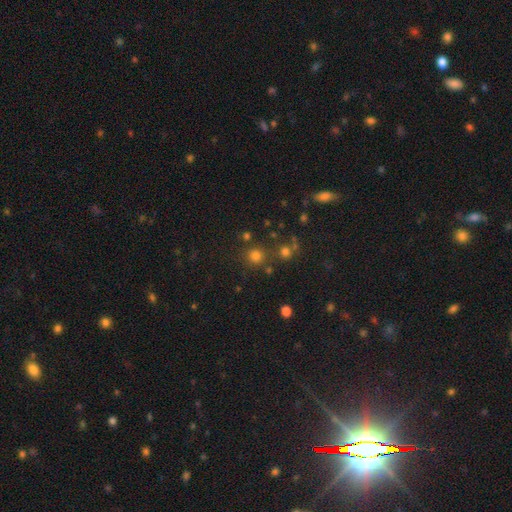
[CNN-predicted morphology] A smooth galaxy with no disk features (72%) that is round (91%). Merging: none (78%).